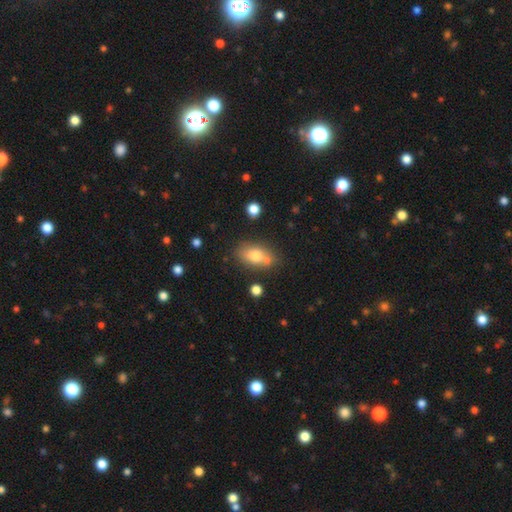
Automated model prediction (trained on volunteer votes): A smooth galaxy with no disk features (74%) that is in between round and cigar-shaped (84%). Merging: none (62%).